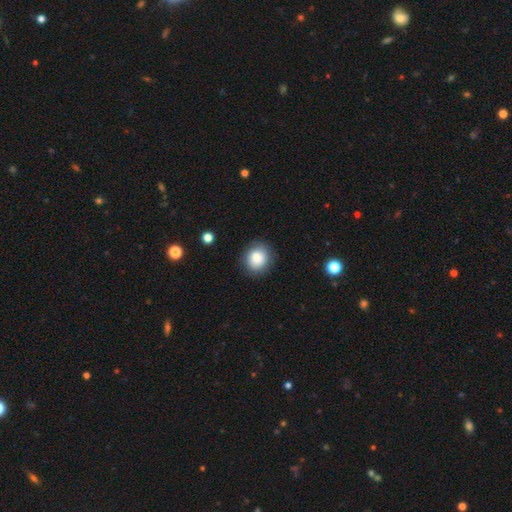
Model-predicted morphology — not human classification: Q: Smooth or featured?
A: smooth (84%); runner-up: star or artifact (9%)
Q: How rounded?
A: round (81%); runner-up: in between (18%)
Q: Merging?
A: none (86%); runner-up: minor disturbance (10%)